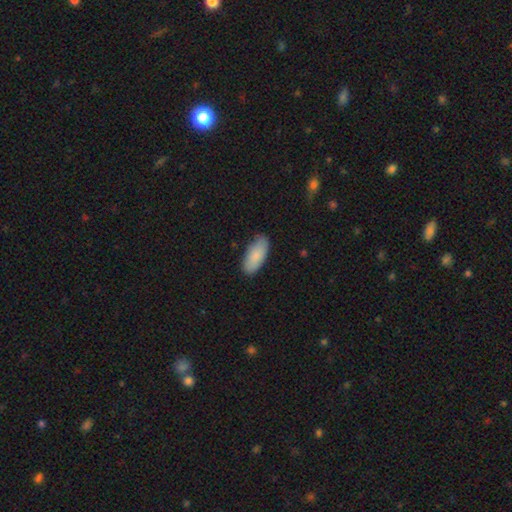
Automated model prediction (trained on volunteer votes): smooth 87%, featured or disk 8%, star or artifact 6%. Down the decision tree: how rounded — in between (86%); merging — none (83%).